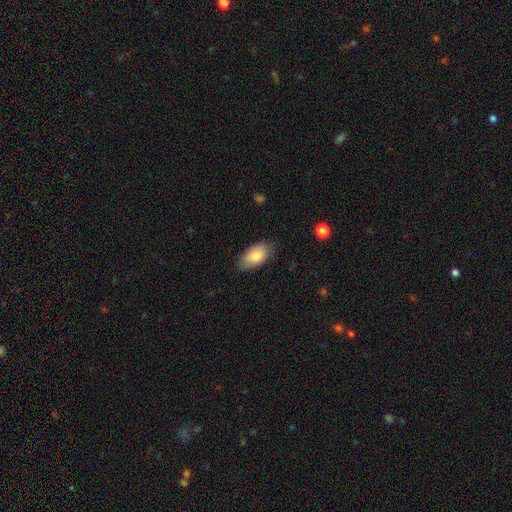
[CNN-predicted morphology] This appears to be a smooth galaxy with no disk features (84%) that is in between round and cigar-shaped (93%). Merging: none (81%).